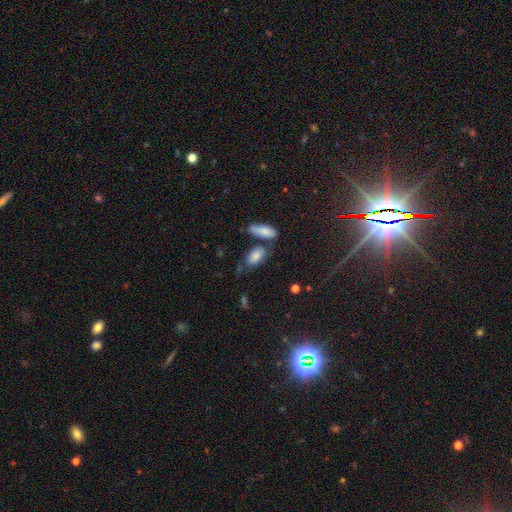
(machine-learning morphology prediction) A smooth galaxy with no disk features (73%) that is in between round and cigar-shaped (84%). Merging: none (58%).